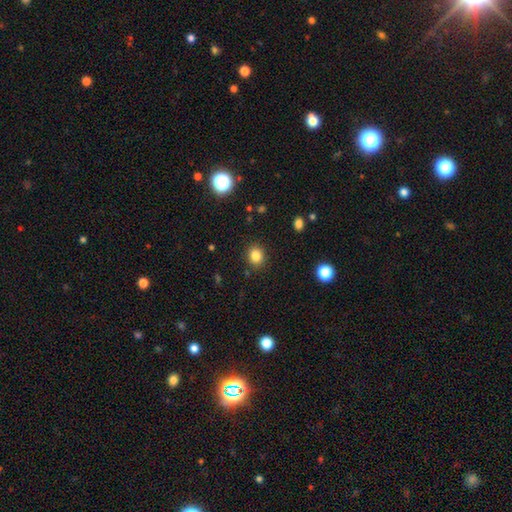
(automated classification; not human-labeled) smooth_or_featured: smooth (p=0.83) [alt: star or artifact p=0.12]
how_rounded: round (p=0.72) [alt: in between p=0.27]
merging: none (p=0.89) [alt: minor disturbance p=0.07]